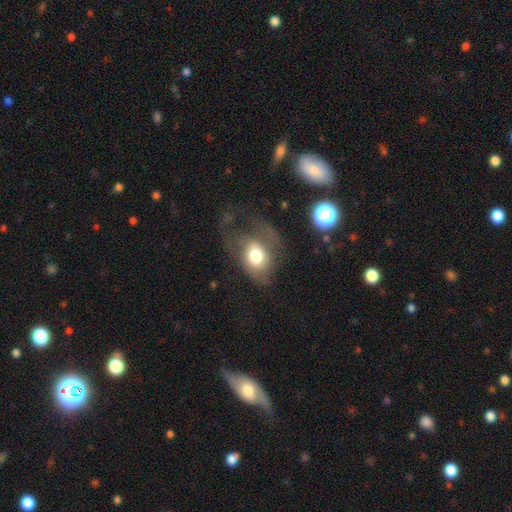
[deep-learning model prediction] A smooth galaxy with no disk features (59%) that is in between round and cigar-shaped (67%). Merging: major disturbance (46%).